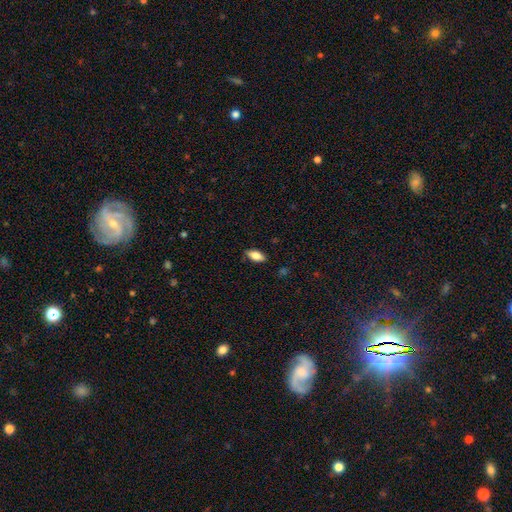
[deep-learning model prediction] smooth 79%, featured or disk 14%, star or artifact 7%. Down the decision tree: how rounded — in between (86%); merging — none (84%).